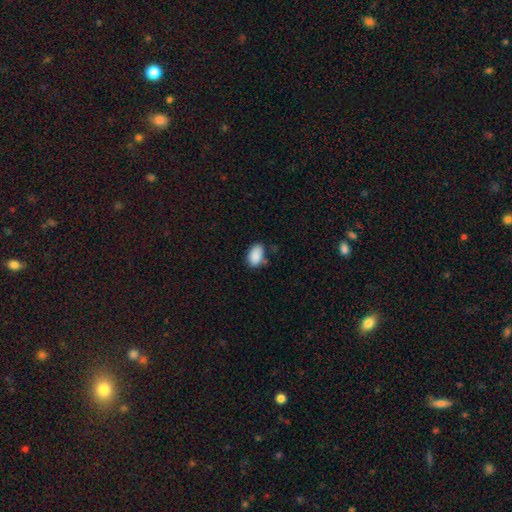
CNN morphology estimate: Q: Smooth or featured?
A: smooth (89%); runner-up: star or artifact (7%)
Q: How rounded?
A: in between (91%); runner-up: round (8%)
Q: Merging?
A: none (69%); runner-up: minor disturbance (22%)